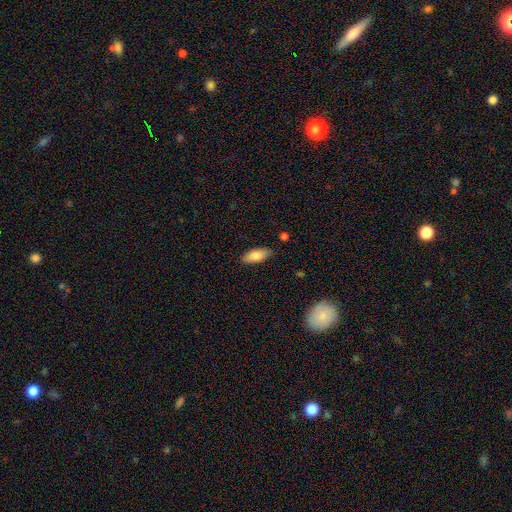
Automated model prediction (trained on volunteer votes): This is clearly a smooth galaxy (84%). How rounded: clearly in between (83%). Merging: clearly none (82%).